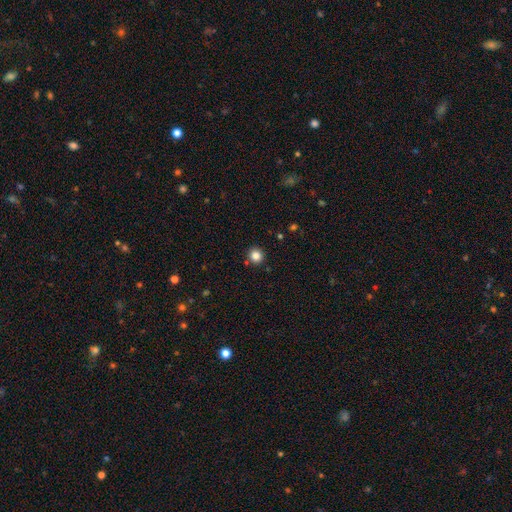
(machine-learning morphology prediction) Smooth or featured? smooth (84%)
How rounded? round (91%)
Merging? none (89%)